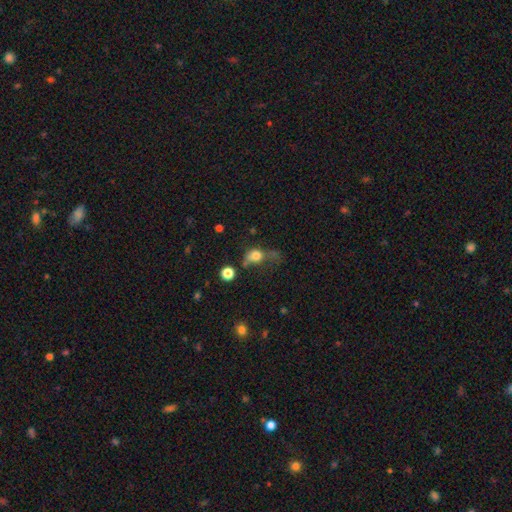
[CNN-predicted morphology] smooth-or-featured: smooth: 71% | featured or disk: 15% | star or artifact: 14%
  how-rounded: round: 54% | in between: 43% | cigar-shaped: 3%
  merging: major disturbance: 37% | none: 26% | minor disturbance: 23% | merger: 14%